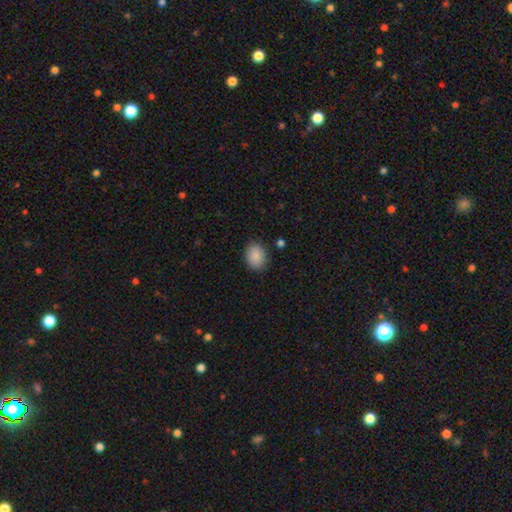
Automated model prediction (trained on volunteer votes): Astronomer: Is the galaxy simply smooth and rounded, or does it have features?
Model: smooth — 89%.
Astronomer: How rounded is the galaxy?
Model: in between — 70%.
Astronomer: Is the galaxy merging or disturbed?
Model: none — 86%.